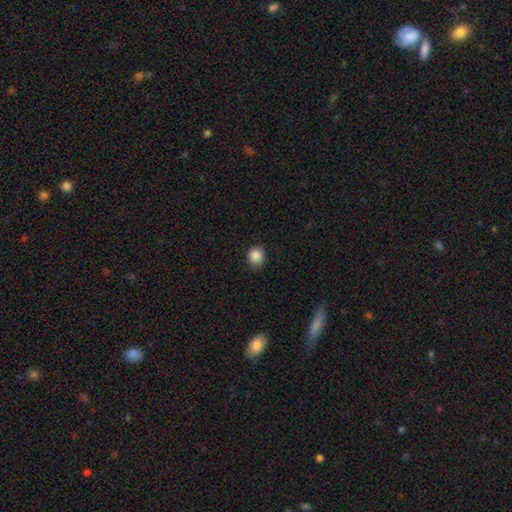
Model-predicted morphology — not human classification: This appears to be a smooth galaxy with no disk features (87%) that is round (82%). Merging: none (86%).